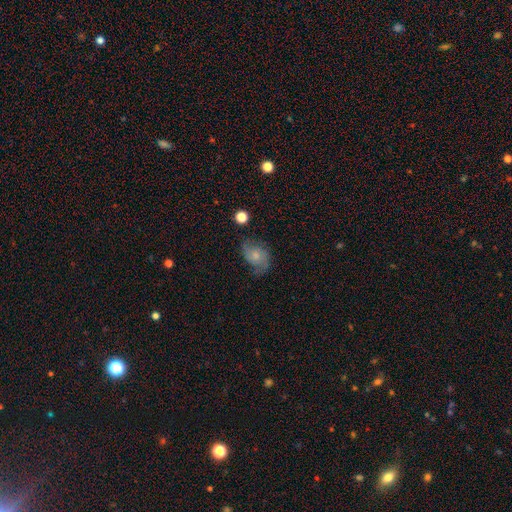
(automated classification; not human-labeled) This is possibly a featured or disk galaxy (45%, tied with smooth). Merging: possibly none (56%).